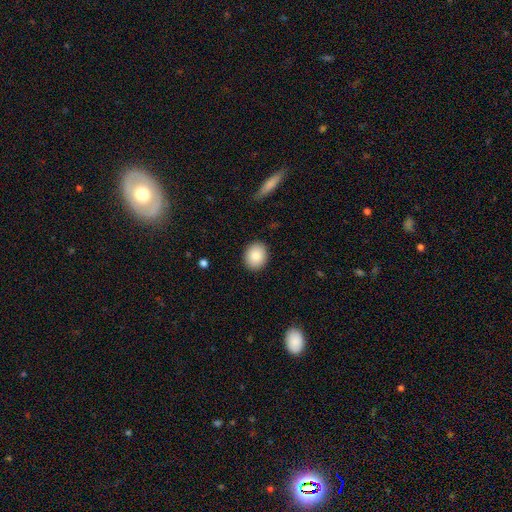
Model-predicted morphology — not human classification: smooth_or_featured: smooth (p=0.87) [alt: star or artifact p=0.07]
how_rounded: round (p=0.52) [alt: in between p=0.47]
merging: none (p=0.90) [alt: minor disturbance p=0.07]